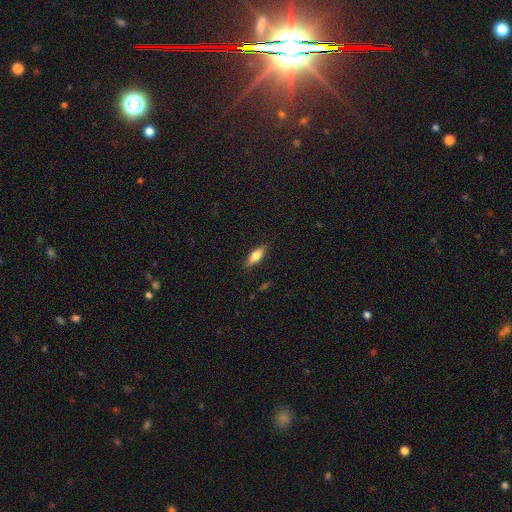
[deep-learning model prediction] Smooth or featured? Predicted: smooth (p=0.69). How rounded? Predicted: in between (p=0.59). Merging? Predicted: none (p=0.87).